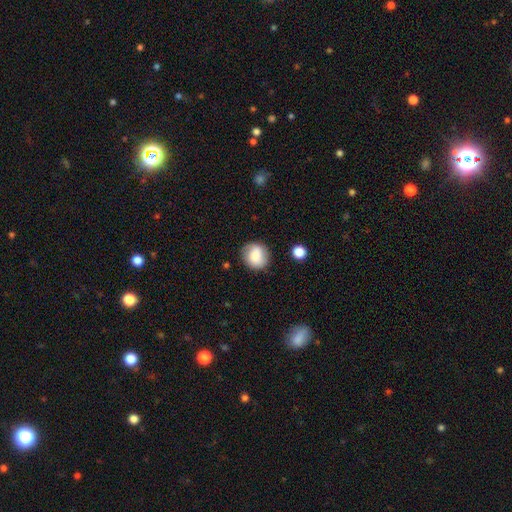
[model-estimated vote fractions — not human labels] Smooth or featured? Predicted: smooth (p=0.81). How rounded? Predicted: round (p=0.82). Merging? Predicted: none (p=0.79).